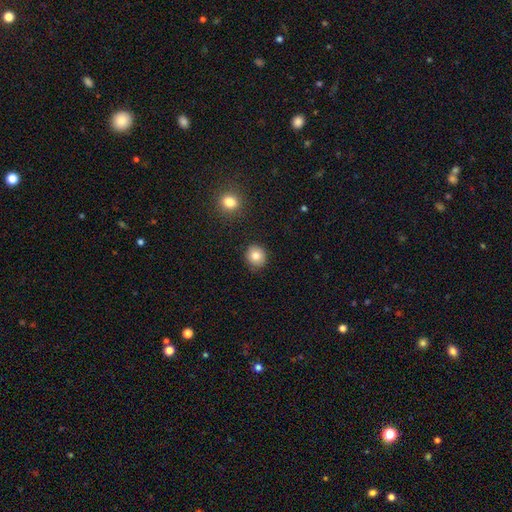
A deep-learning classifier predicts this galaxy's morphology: Smooth or featured? smooth (82%)
How rounded? round (84%)
Merging? none (88%)